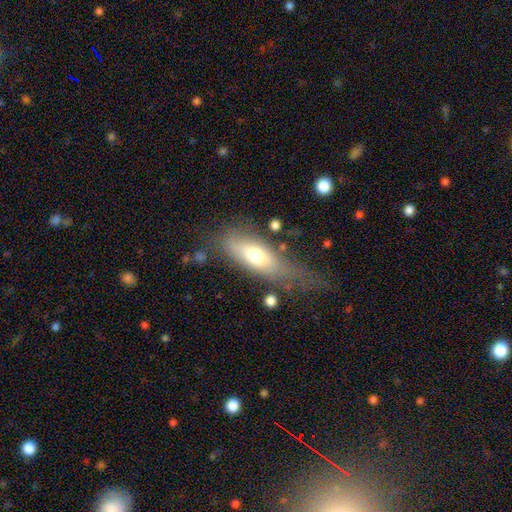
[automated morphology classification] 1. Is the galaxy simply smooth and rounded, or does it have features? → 63% smooth, 29% featured or disk, 8% star or artifact.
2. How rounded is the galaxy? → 69% in between, 27% cigar-shaped, 4% round.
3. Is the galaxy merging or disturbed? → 48% none, 25% minor disturbance, 23% major disturbance, 5% merger.